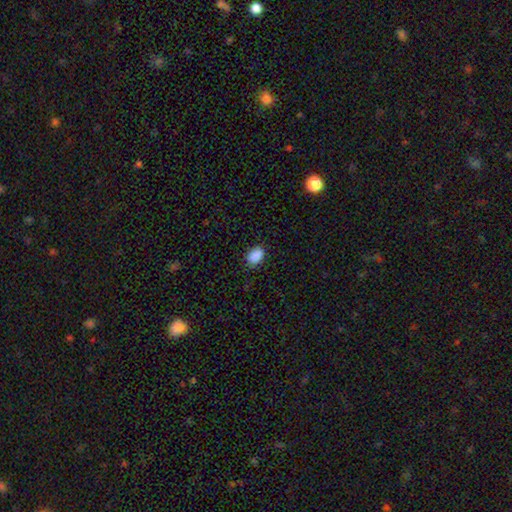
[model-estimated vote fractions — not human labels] The model was most divided on "how rounded": in between: 80%, round: 19%, cigar-shaped: 1%. More confident: smooth or featured — smooth (89%); merging — none (84%).